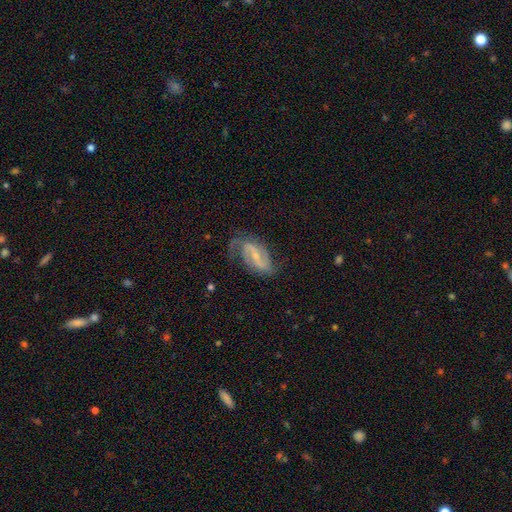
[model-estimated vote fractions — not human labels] The model was most divided on "bar": weak: 45%, strong: 35%, no: 20%. Remaining: edge-on disk — no (96%); spiral arms — yes (95%); spiral arm count — 2 (85%); smooth or featured — featured or disk (84%); bulge size — small (65%); merging — none (64%); spiral winding — medium (46%).